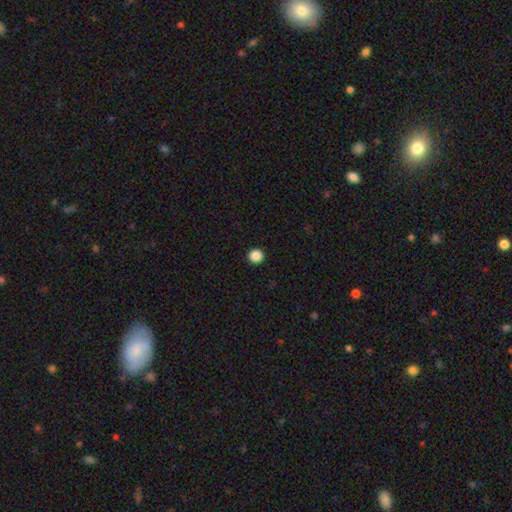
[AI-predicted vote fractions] Smooth or featured? Predicted: smooth (p=0.88). How rounded? Predicted: round (p=0.95). Merging? Predicted: none (p=0.94).